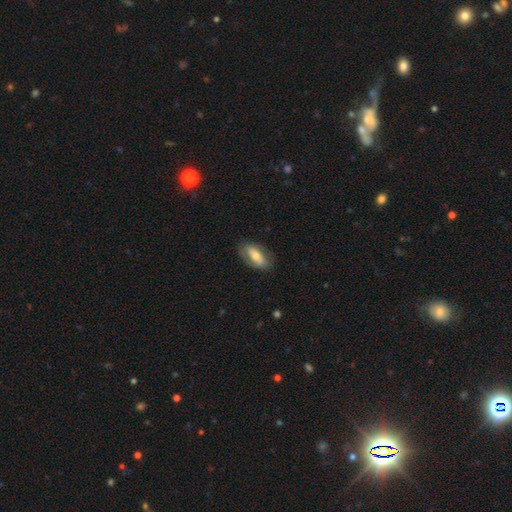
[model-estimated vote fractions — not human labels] Q: Smooth or featured?
A: smooth (52%); runner-up: featured or disk (42%)
Q: How rounded?
A: in between (87%); runner-up: cigar-shaped (9%)
Q: Merging?
A: none (74%); runner-up: minor disturbance (18%)